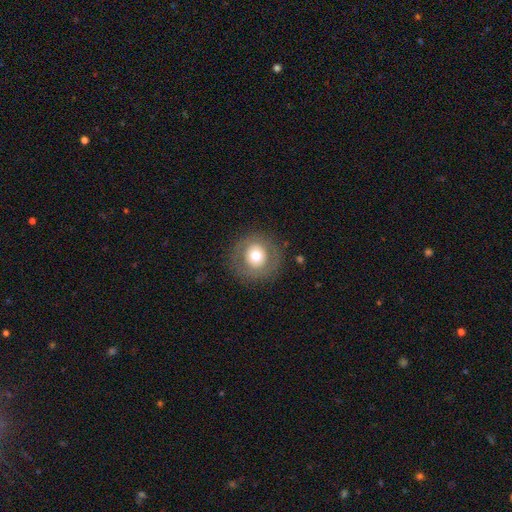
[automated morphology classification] type=smooth (62%); roundness=round (94%); merging=none (84%).